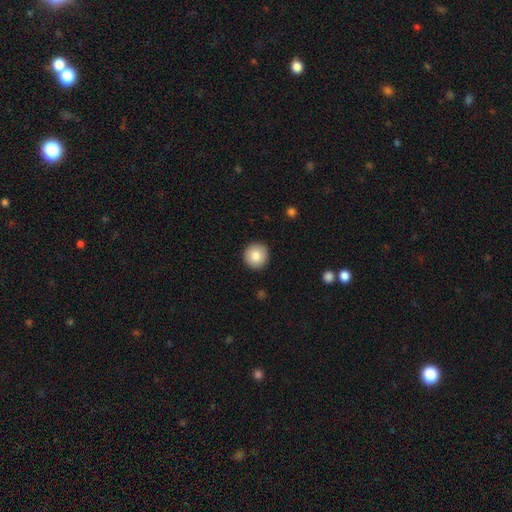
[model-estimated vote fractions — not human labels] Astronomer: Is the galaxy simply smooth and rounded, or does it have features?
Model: smooth — 85%.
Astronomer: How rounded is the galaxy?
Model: round — 95%.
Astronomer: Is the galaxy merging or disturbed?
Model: none — 93%.